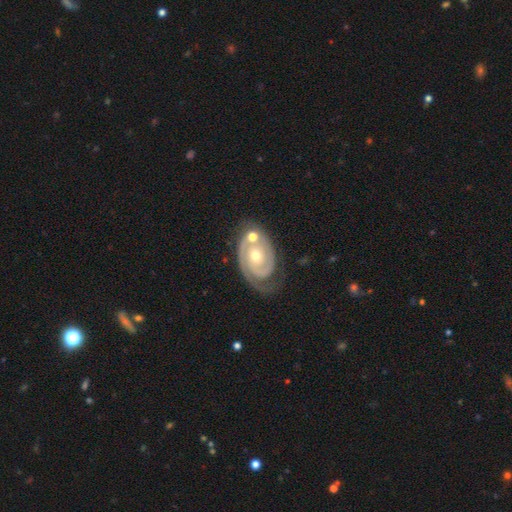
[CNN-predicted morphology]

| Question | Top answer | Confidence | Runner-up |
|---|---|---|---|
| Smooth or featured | featured or disk | 87% | smooth (8%) |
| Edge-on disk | no | 97% | yes (3%) |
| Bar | no | 73% | weak (21%) |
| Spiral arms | yes | 96% | no (4%) |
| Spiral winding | tight | 73% | medium (22%) |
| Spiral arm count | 2 | 58% | 1 (27%) |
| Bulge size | moderate | 58% | small (37%) |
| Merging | none | 59% | minor disturbance (17%) |